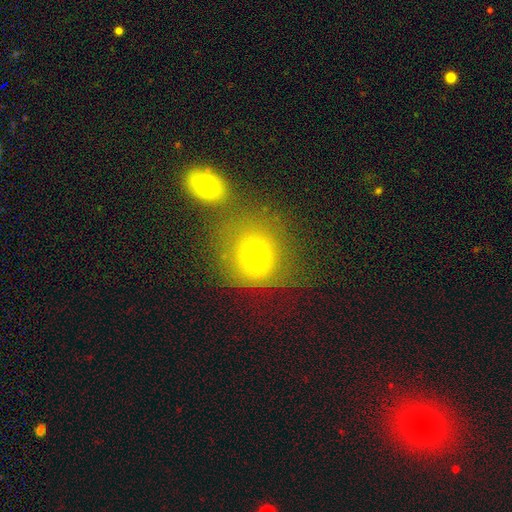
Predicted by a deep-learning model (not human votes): Q: Smooth or featured?
A: smooth (67%); runner-up: featured or disk (18%)
Q: How rounded?
A: round (81%); runner-up: in between (18%)
Q: Merging?
A: none (49%); runner-up: merger (25%)